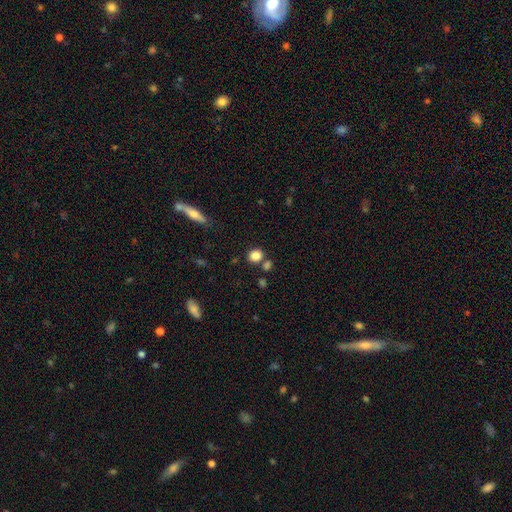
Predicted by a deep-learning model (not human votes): Smooth or featured? smooth (84%)
How rounded? round (69%)
Merging? none (72%)